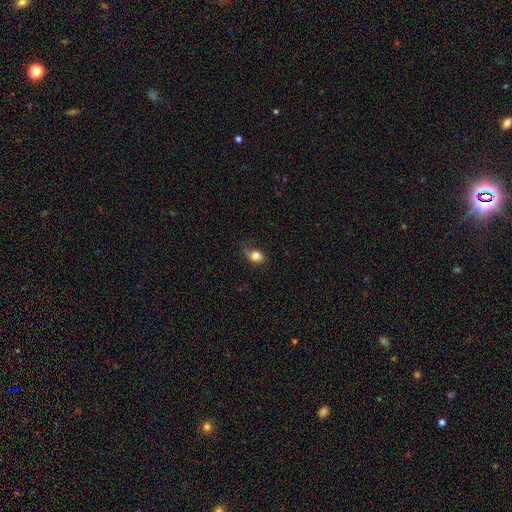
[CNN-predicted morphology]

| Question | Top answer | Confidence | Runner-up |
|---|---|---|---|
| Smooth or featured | smooth | 81% | star or artifact (10%) |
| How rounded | in between | 59% | round (39%) |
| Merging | none | 53% | minor disturbance (30%) |